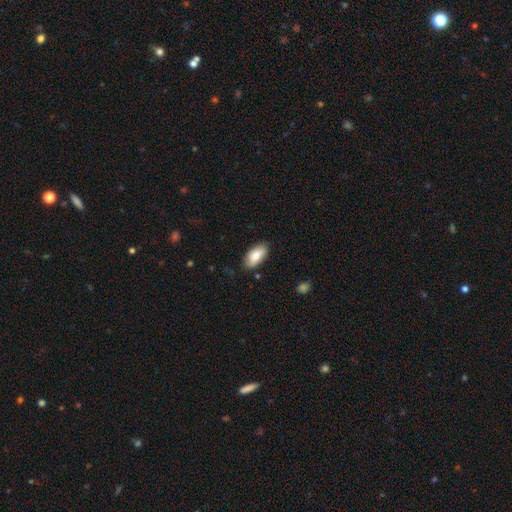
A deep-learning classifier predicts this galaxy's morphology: type=smooth (83%); roundness=in between (92%); merging=none (82%).